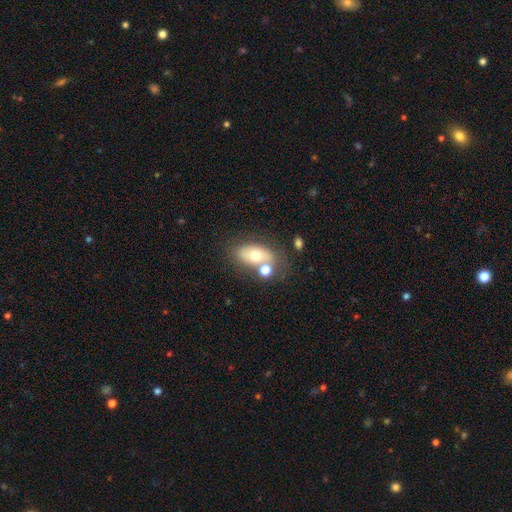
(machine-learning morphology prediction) smooth_or_featured: smooth (p=0.61) [alt: featured or disk p=0.29]
how_rounded: in between (p=0.84) [alt: round p=0.14]
merging: none (p=0.51) [alt: merger p=0.27]